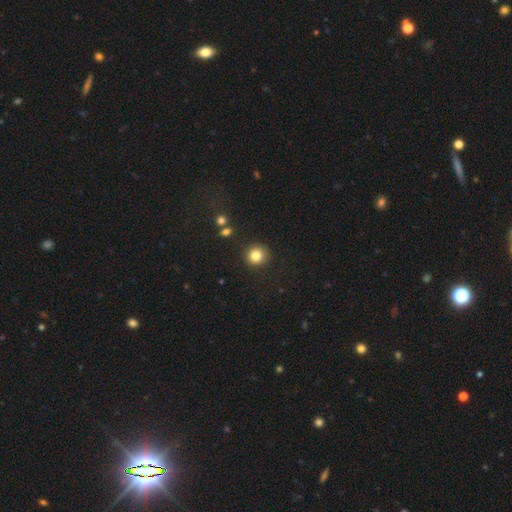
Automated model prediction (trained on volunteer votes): Q: Smooth or featured?
A: smooth (83%); runner-up: star or artifact (11%)
Q: How rounded?
A: round (92%); runner-up: in between (7%)
Q: Merging?
A: none (90%); runner-up: minor disturbance (6%)